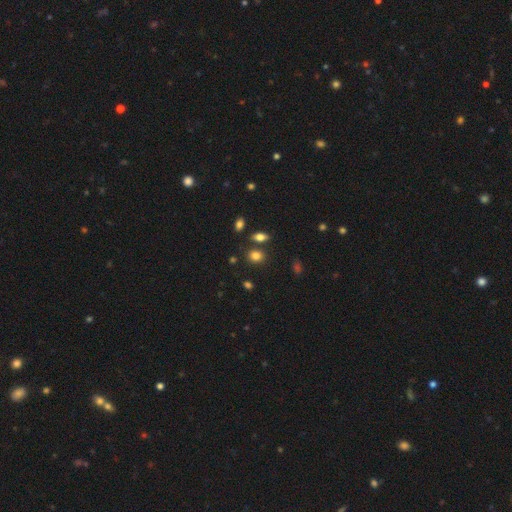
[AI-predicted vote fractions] Morphology: type=smooth (81%); roundness=in between (55%); merging=none (76%).